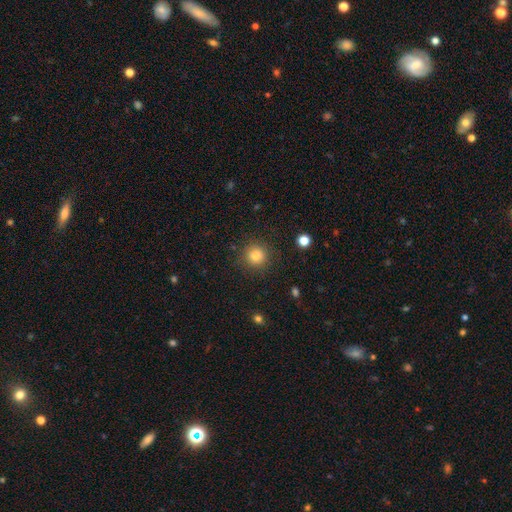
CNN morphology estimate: The model was most divided on "smooth or featured": smooth: 83%, star or artifact: 12%, featured or disk: 5%. More confident: how rounded — round (92%); merging — none (87%).